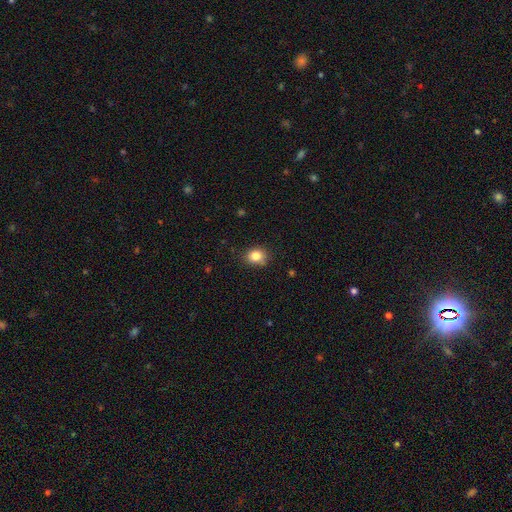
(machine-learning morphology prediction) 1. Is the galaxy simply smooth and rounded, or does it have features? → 83% smooth, 11% star or artifact, 6% featured or disk.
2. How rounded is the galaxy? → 62% round, 37% in between, 1% cigar-shaped.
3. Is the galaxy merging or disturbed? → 80% none, 16% minor disturbance, 3% major disturbance, 2% merger.